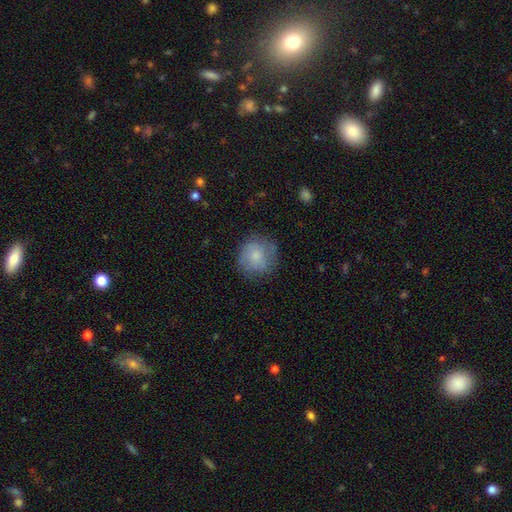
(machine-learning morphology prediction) type=smooth (73%); roundness=round (90%); merging=none (72%).